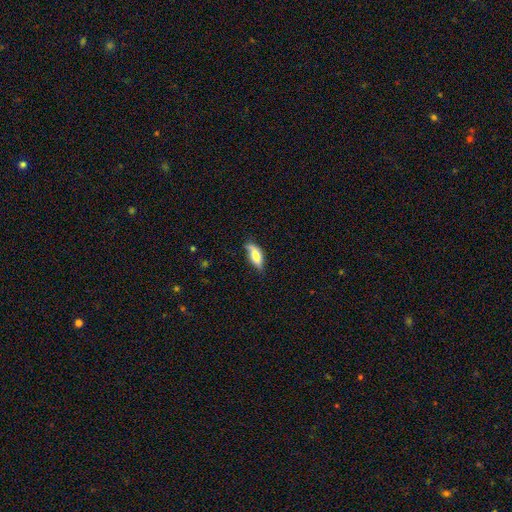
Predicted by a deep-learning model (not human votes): Smooth or featured? smooth (71%)
How rounded? in between (78%)
Merging? none (52%)